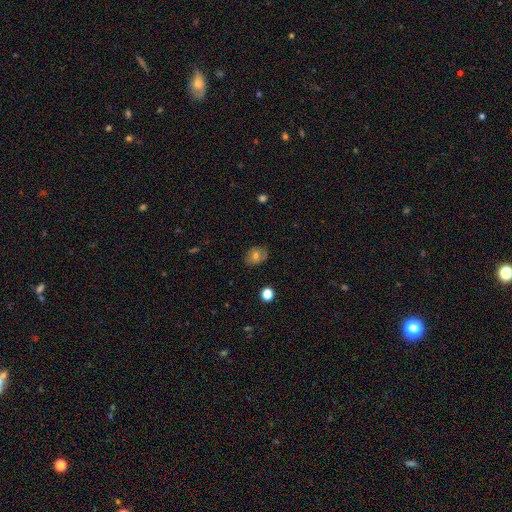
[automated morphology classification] Q: Smooth or featured?
A: smooth (72%); runner-up: featured or disk (17%)
Q: How rounded?
A: in between (61%); runner-up: round (38%)
Q: Merging?
A: none (81%); runner-up: minor disturbance (15%)